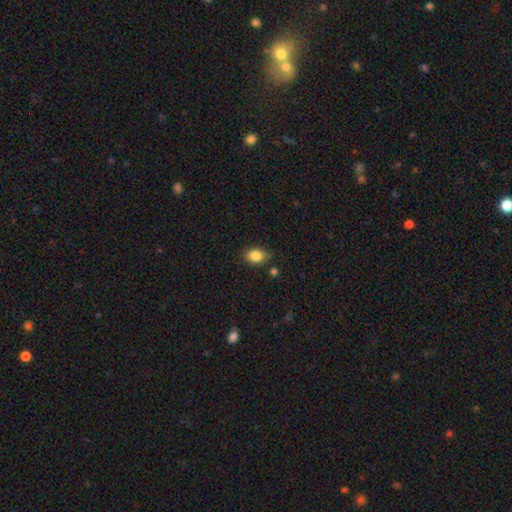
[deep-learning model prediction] Morphology: type=smooth (85%); roundness=in between (69%); merging=none (73%).